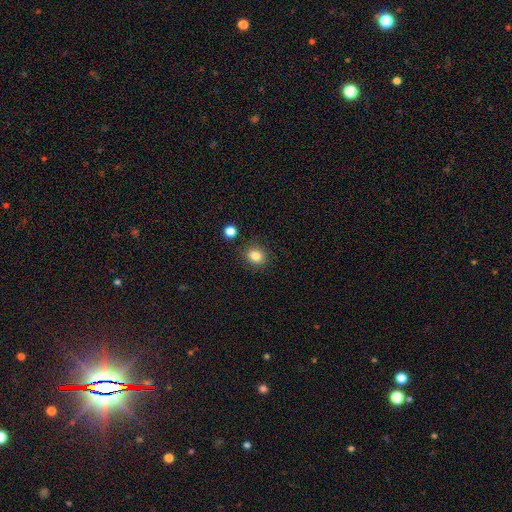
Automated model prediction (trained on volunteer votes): smooth 83%, star or artifact 11%, featured or disk 6%. Down the decision tree: how rounded — round (78%); merging — none (87%).